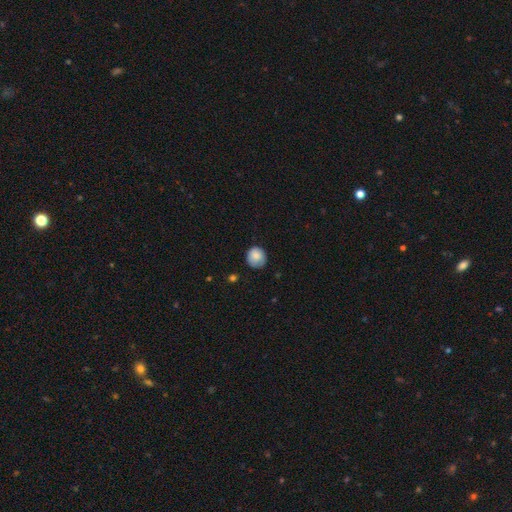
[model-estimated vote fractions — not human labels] The model was most divided on "merging": none: 71%, minor disturbance: 23%, major disturbance: 4%, merger: 1%. More confident: how rounded — round (86%); smooth or featured — smooth (83%).